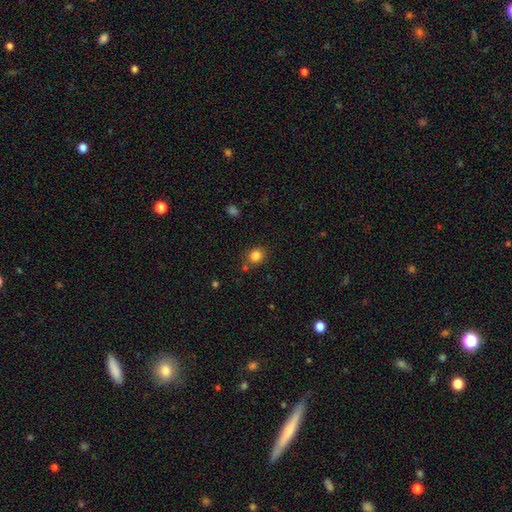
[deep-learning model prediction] The model was most divided on "how rounded": round: 76%, in between: 23%, cigar-shaped: 1%. More confident: smooth or featured — smooth (83%); merging — none (78%).